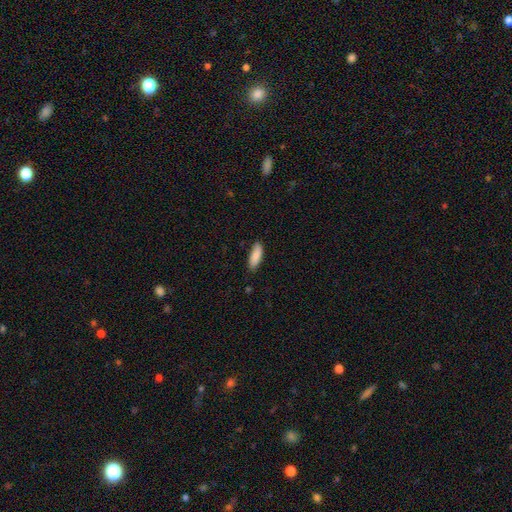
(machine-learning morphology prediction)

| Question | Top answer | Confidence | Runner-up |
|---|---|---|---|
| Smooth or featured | smooth | 88% | star or artifact (6%) |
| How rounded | in between | 64% | cigar-shaped (35%) |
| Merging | none | 83% | minor disturbance (14%) |